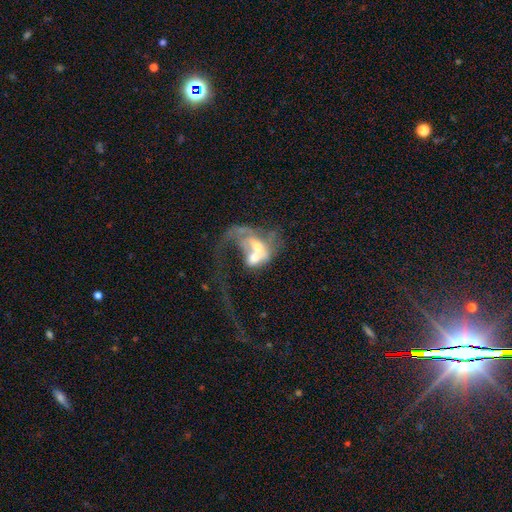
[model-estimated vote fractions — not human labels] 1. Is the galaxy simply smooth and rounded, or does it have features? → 63% featured or disk, 28% smooth, 9% star or artifact.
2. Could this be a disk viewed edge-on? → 95% no, 5% yes.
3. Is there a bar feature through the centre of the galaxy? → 65% no, 25% weak, 10% strong.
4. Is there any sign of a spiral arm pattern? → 51% yes, 49% no.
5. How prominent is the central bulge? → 52% moderate, 19% small, 18% large, 7% none, 4% dominant.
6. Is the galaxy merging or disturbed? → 60% merger, 27% major disturbance, 9% none, 5% minor disturbance.